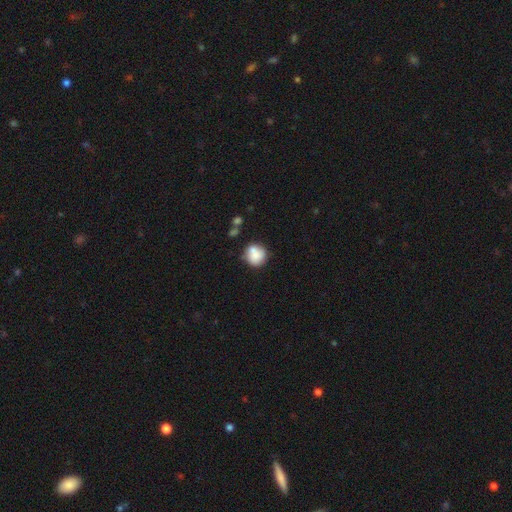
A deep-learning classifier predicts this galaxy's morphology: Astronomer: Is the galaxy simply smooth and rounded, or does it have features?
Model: smooth — 77%.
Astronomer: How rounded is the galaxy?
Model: round — 85%.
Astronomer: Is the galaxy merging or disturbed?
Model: none — 57%.